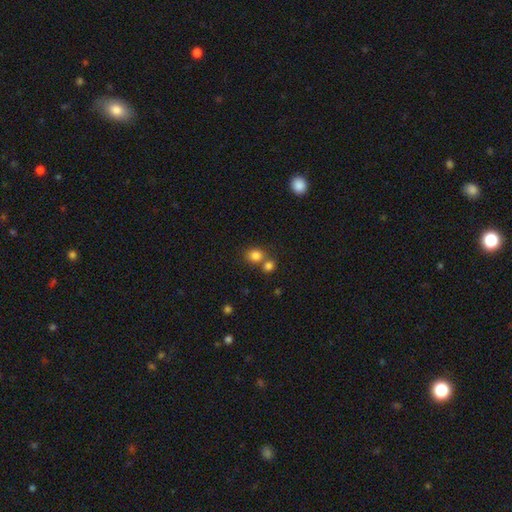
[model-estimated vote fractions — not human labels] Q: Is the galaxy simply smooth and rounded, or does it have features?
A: smooth — 82%.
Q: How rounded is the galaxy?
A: round — 79%.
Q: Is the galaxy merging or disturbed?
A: none — 55%.